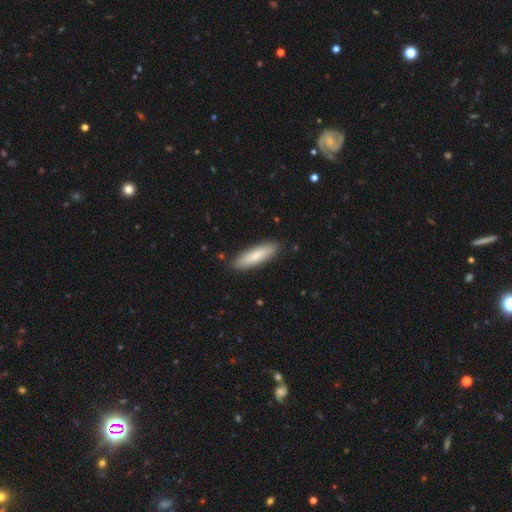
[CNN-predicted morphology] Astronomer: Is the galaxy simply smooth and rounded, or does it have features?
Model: smooth — 80%.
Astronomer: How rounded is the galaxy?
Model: cigar-shaped — 64%.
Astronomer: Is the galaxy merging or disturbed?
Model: none — 89%.